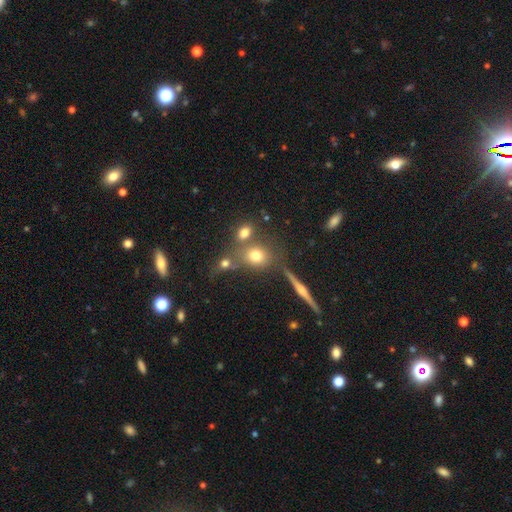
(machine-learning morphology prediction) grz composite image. It shows a smooth galaxy with no disk features (70%) that is round (64%). Merging: none (61%).